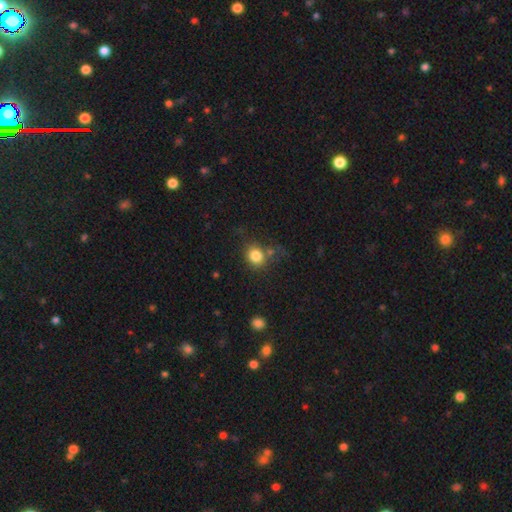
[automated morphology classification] smooth-or-featured: smooth: 82% | star or artifact: 11% | featured or disk: 7%
  how-rounded: round: 75% | in between: 24% | cigar-shaped: 1%
  merging: none: 64% | minor disturbance: 17% | merger: 11% | major disturbance: 8%